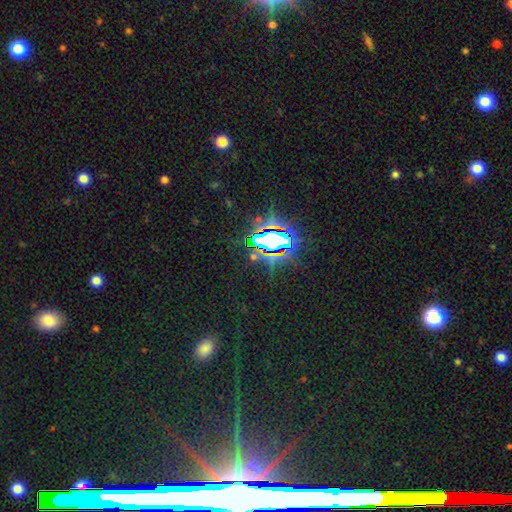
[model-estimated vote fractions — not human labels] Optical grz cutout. It shows a star or artifact, not a galaxy (76%).